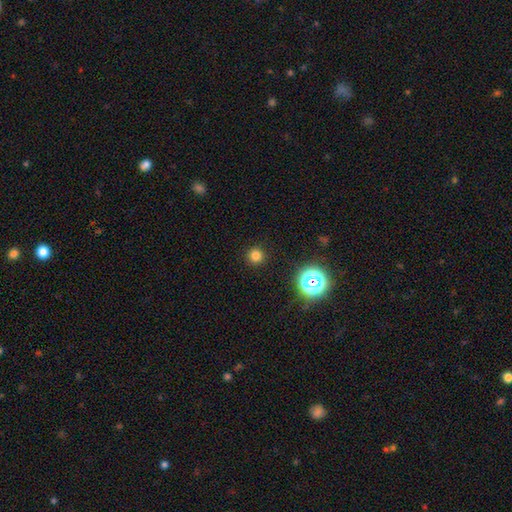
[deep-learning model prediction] Smooth or featured: smooth — 78% (star or artifact — 18%)
How rounded: round — 95% (in between — 4%)
Merging: none — 91% (minor disturbance — 5%)